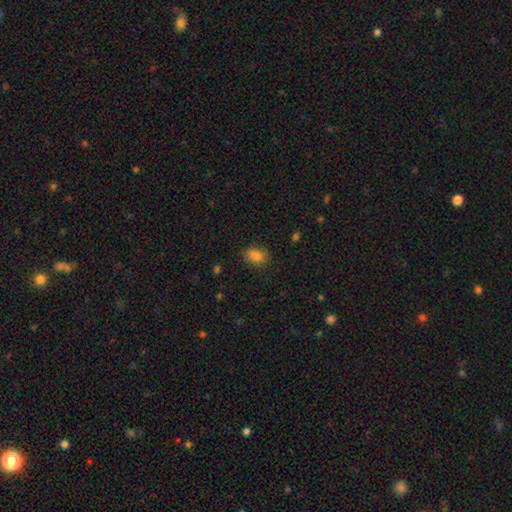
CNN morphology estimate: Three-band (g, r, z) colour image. It shows a smooth galaxy with no disk features (85%) that is in between round and cigar-shaped (82%). Merging: none (84%).